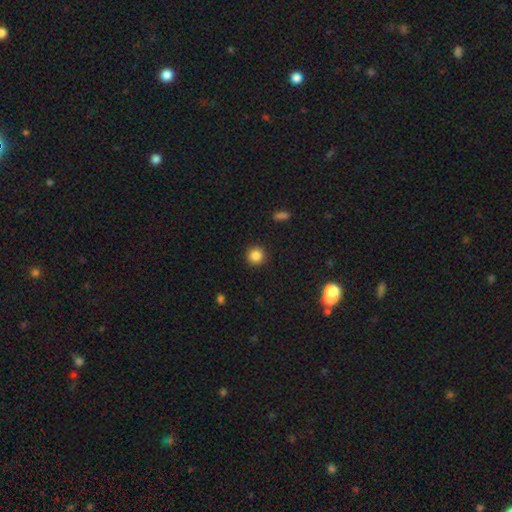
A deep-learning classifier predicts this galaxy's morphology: Smooth or featured? Predicted: smooth (p=0.85). How rounded? Predicted: round (p=0.94). Merging? Predicted: none (p=0.92).